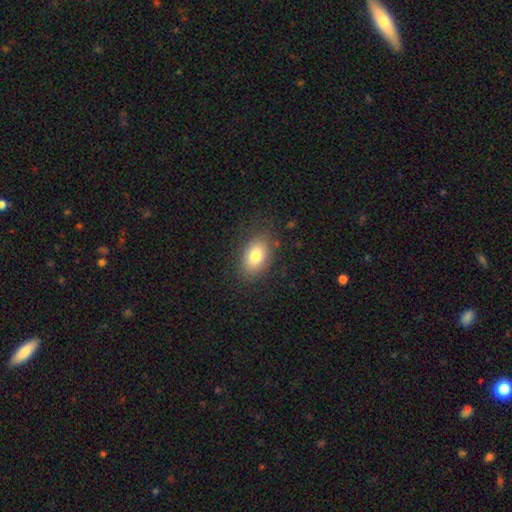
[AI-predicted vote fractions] A smooth galaxy with no disk features (80%) that is in between round and cigar-shaped (87%). Merging: none (82%).